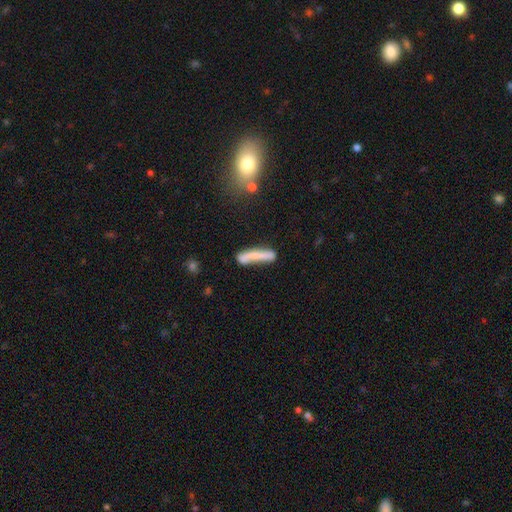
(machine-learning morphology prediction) Overall: smooth (56%; featured or disk 36%). How rounded: cigar-shaped (86%). Merging: none (48%; minor disturbance 23%).